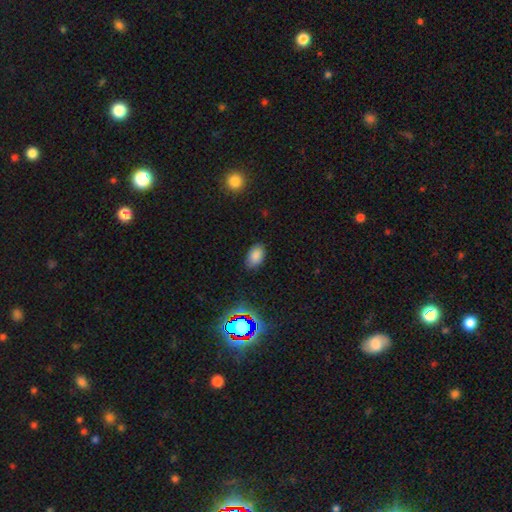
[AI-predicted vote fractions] smooth-or-featured: smooth: 81% | star or artifact: 13% | featured or disk: 6%
  how-rounded: in between: 89% | round: 10% | cigar-shaped: 1%
  merging: none: 81% | minor disturbance: 14% | major disturbance: 3% | merger: 1%